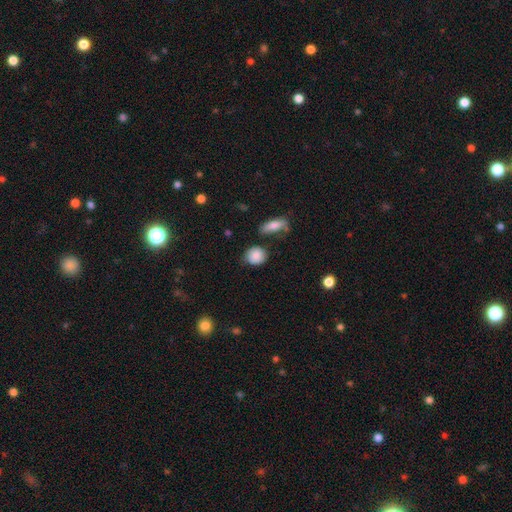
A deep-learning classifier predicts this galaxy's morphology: This is clearly a smooth galaxy (85%). How rounded: likely round (76%). Merging: likely none (72%).